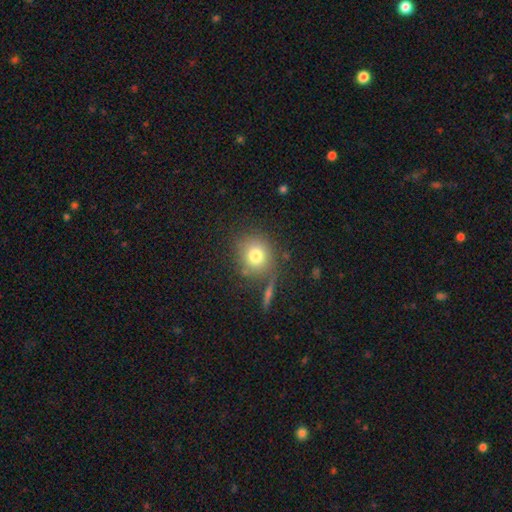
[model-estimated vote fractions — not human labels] Morphology: type=smooth (78%); roundness=round (80%); merging=none (74%).